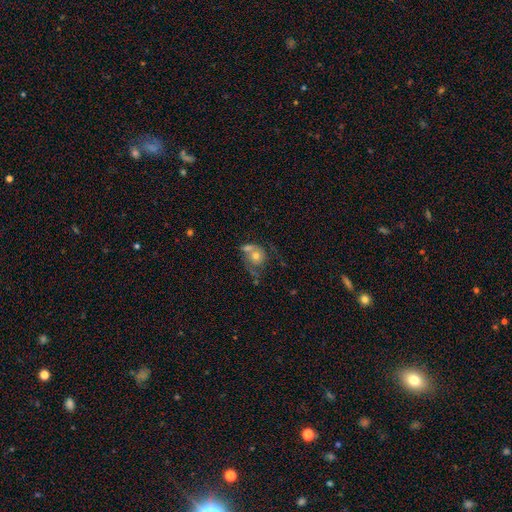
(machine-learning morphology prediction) Overall: smooth (47%; featured or disk 44%). Merging: merger (41%; none 26%).